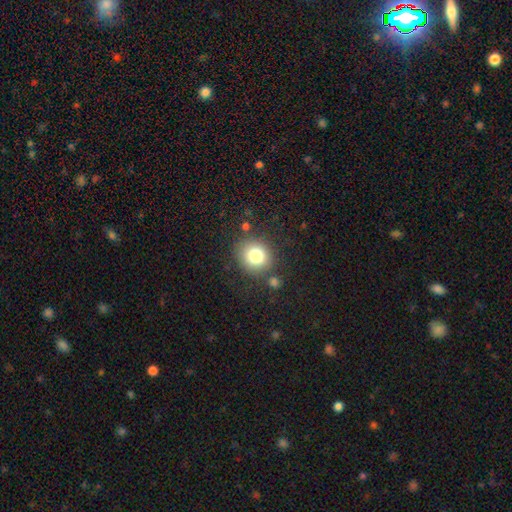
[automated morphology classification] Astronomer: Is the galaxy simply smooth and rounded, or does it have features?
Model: smooth — 80%.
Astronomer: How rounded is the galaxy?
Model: round — 78%.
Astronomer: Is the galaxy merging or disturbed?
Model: none — 80%.